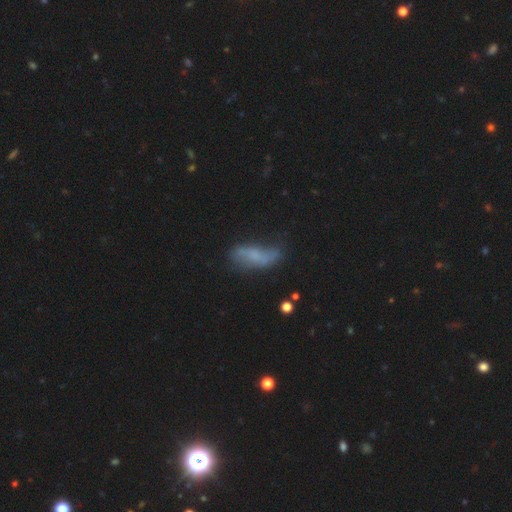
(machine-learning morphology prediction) A smooth galaxy with no disk features (48%).

Vote fractions:
- Smooth or featured? smooth: 48% / featured or disk: 41% / star or artifact: 11%
- Merging? none: 50% / minor disturbance: 31% / major disturbance: 14% / merger: 5%